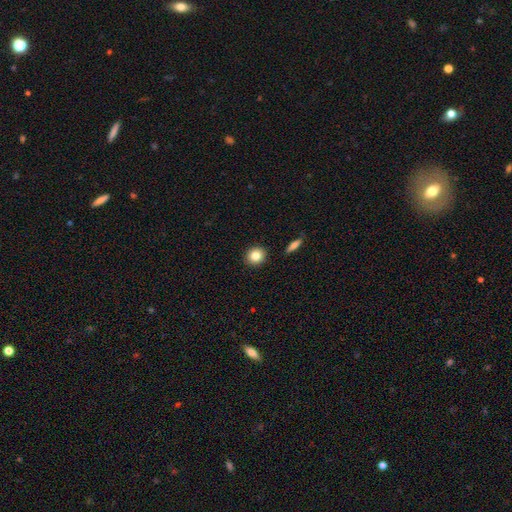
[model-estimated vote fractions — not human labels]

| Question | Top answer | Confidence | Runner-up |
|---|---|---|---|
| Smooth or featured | smooth | 83% | star or artifact (9%) |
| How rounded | round | 82% | in between (17%) |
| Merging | none | 91% | minor disturbance (6%) |